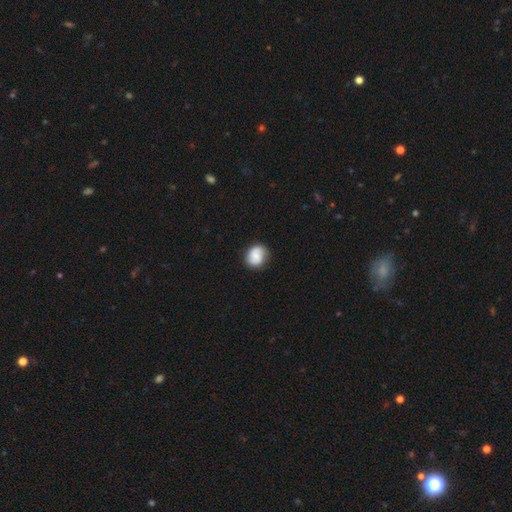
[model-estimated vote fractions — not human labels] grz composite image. It shows a smooth galaxy with no disk features (64%) that is round (70%). Merging: none (78%).